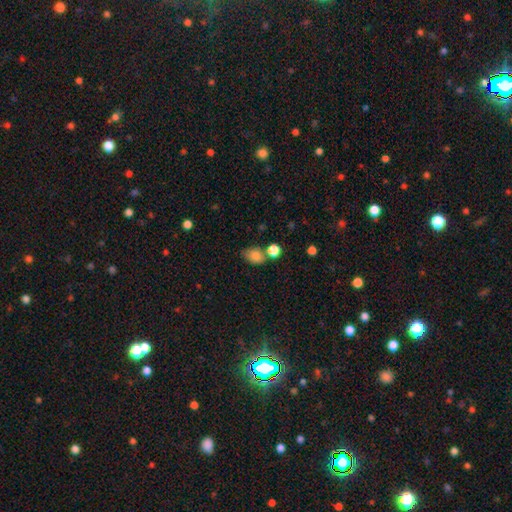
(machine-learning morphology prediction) Smooth or featured?
  - smooth: 81% *
  - star or artifact: 11%
  - featured or disk: 9%
How rounded?
  - in between: 69% *
  - round: 30%
  - cigar-shaped: 1%
Merging?
  - none: 58% *
  - merger: 19%
  - minor disturbance: 18%
  - major disturbance: 5%